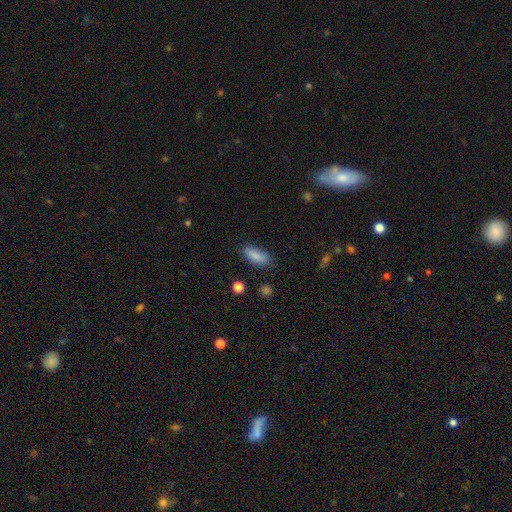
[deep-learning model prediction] Smooth or featured? Predicted: smooth (p=0.86). How rounded? Predicted: in between (p=0.68). Merging? Predicted: none (p=0.77).